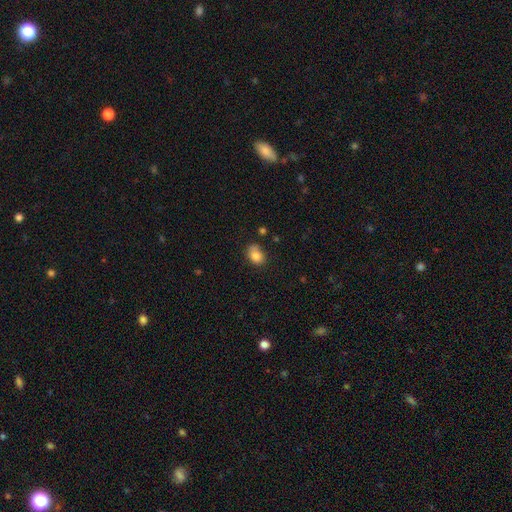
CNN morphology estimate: type=smooth (83%); roundness=in between (67%); merging=none (61%).